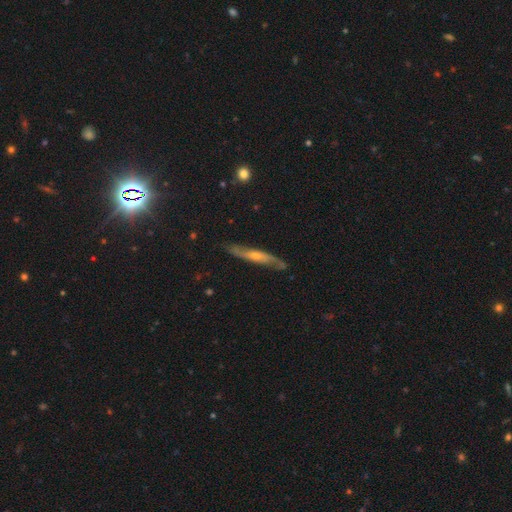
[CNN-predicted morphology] Smooth or featured? featured or disk (68%)
Edge-on disk? yes (61%)
Merging? none (76%)